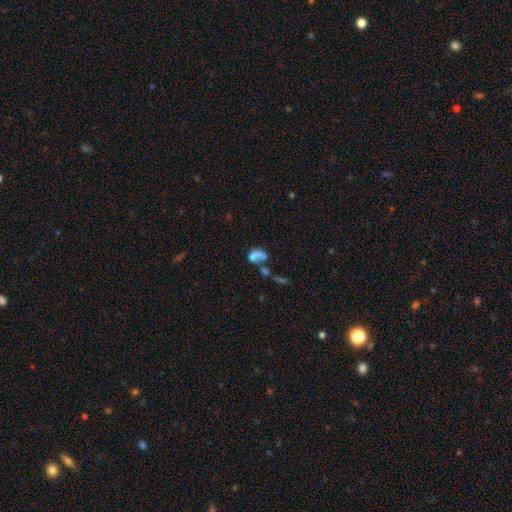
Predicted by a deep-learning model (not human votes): smooth_or_featured: smooth (p=0.57) [alt: featured or disk p=0.28]
how_rounded: in between (p=0.77) [alt: round p=0.19]
merging: merger (p=0.43) [alt: major disturbance p=0.24]